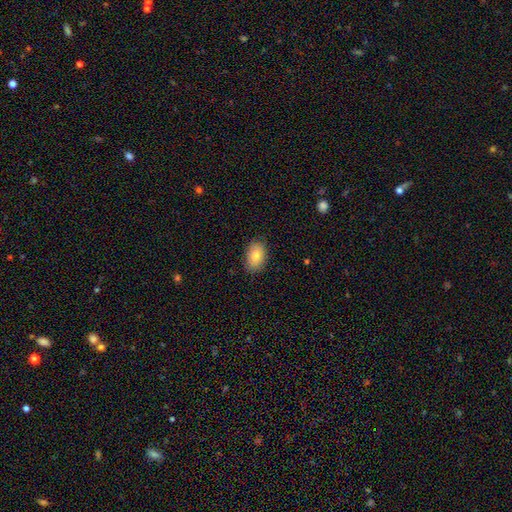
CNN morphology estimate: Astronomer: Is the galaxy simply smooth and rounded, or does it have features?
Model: smooth — 81%.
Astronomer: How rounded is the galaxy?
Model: in between — 84%.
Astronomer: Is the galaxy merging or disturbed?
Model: none — 85%.